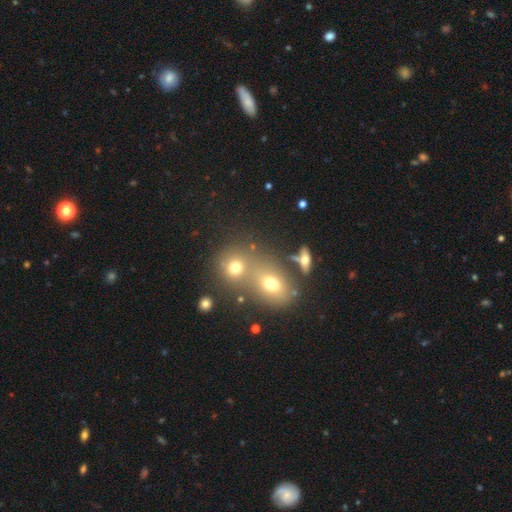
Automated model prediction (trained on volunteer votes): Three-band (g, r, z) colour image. It shows a smooth galaxy with no disk features (54%) that is round (69%). Merging: merger (55%).